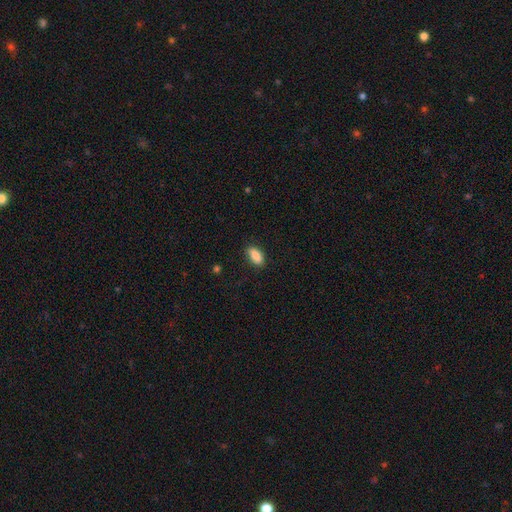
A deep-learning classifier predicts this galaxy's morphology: type=smooth (88%); roundness=in between (86%); merging=none (86%).